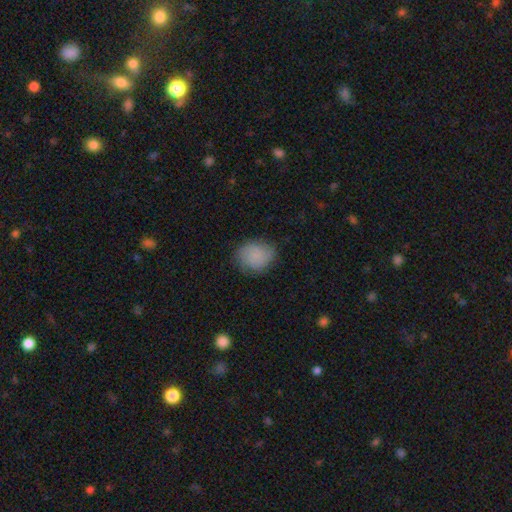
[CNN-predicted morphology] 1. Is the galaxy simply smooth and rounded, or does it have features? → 79% smooth, 13% featured or disk, 8% star or artifact.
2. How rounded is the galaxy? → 61% round, 38% in between, 1% cigar-shaped.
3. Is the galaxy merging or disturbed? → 71% none, 22% minor disturbance, 6% major disturbance, 1% merger.